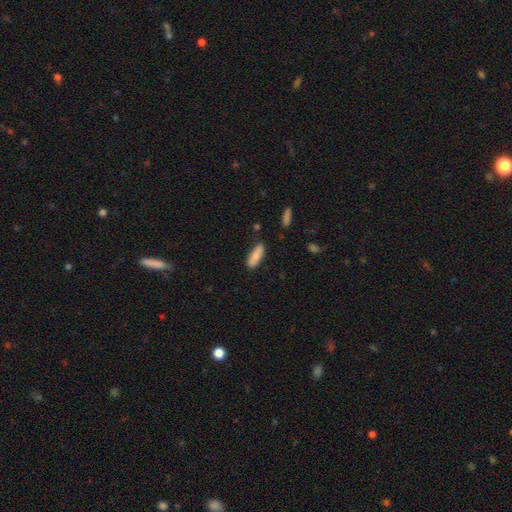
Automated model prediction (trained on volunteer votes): smooth-or-featured: smooth: 81% | featured or disk: 13% | star or artifact: 6%
  how-rounded: in between: 60% | cigar-shaped: 38% | round: 2%
  merging: none: 80% | minor disturbance: 14% | merger: 3% | major disturbance: 3%